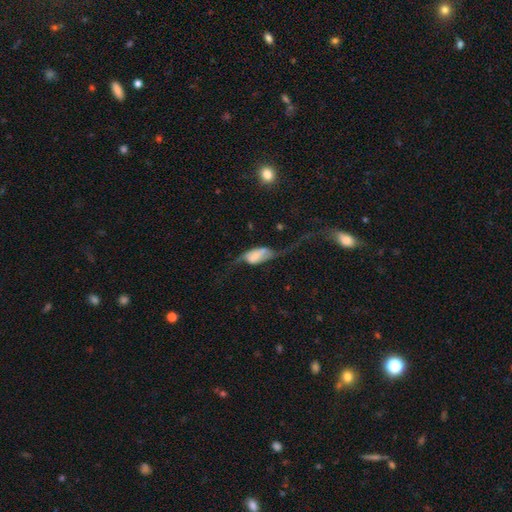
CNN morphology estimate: A featured or disk galaxy (58%). Merging: major disturbance (50%).